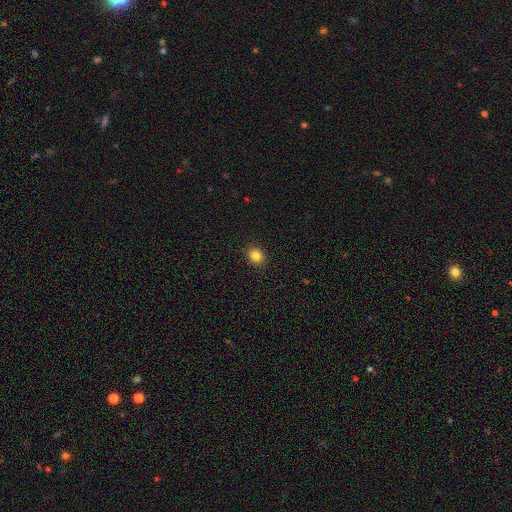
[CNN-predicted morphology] A smooth galaxy with no disk features (84%) that is round (69%).

Vote fractions:
- Smooth or featured? smooth: 84% / star or artifact: 11% / featured or disk: 5%
- How rounded? round: 69% / in between: 30% / cigar-shaped: 1%
- Merging? none: 91% / minor disturbance: 6% / major disturbance: 2% / merger: 1%